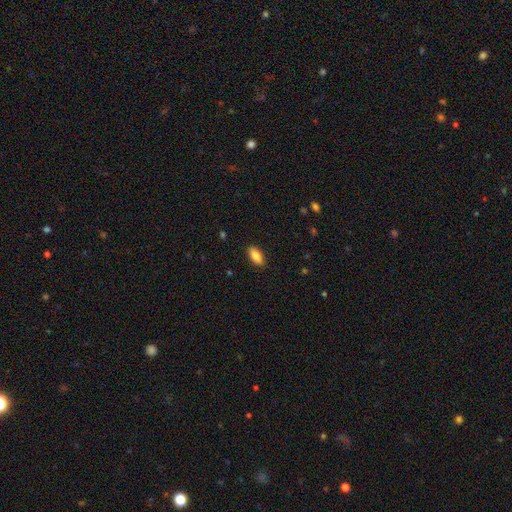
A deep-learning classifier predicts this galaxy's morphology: smooth 86%, star or artifact 7%, featured or disk 7%. Down the decision tree: how rounded — in between (87%); merging — none (89%).